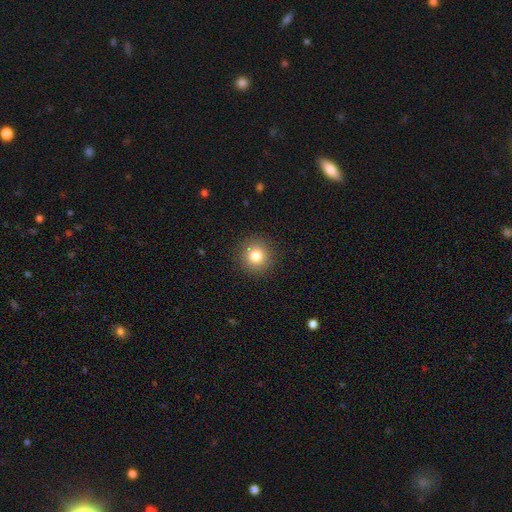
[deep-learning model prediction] Smooth or featured? Predicted: smooth (p=0.81). How rounded? Predicted: round (p=0.95). Merging? Predicted: none (p=0.91).